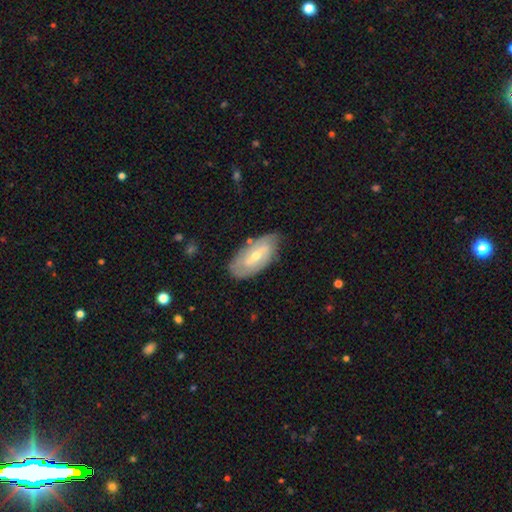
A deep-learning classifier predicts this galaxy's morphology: Smooth or featured? featured or disk (59%)
Edge-on disk? no (88%)
Bar? weak (45%)
Spiral arms? yes (64%)
Bulge size? moderate (51%)
Merging? none (73%)